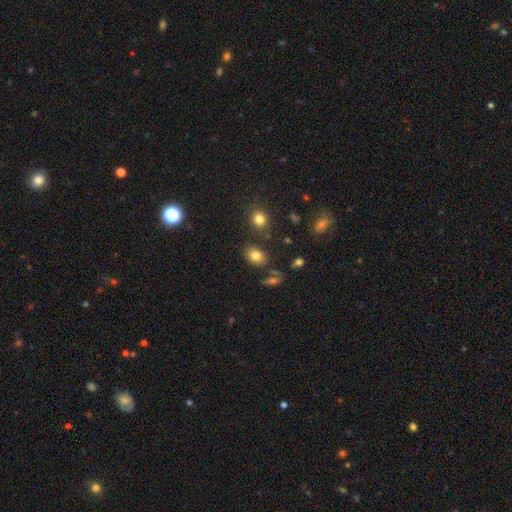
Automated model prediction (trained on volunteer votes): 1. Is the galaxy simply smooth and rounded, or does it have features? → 79% smooth, 11% star or artifact, 10% featured or disk.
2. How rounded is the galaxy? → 77% in between, 22% round, 1% cigar-shaped.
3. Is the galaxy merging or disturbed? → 79% none, 12% minor disturbance, 6% merger, 3% major disturbance.